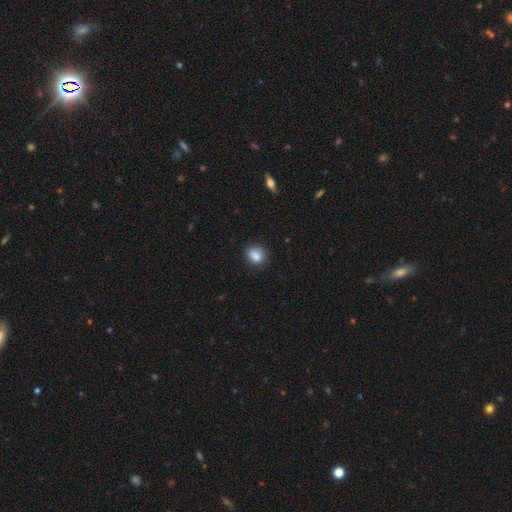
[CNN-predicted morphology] The model was most divided on "how rounded": round: 50%, in between: 49%, cigar-shaped: 1%. More confident: smooth or featured — smooth (86%); merging — none (76%).